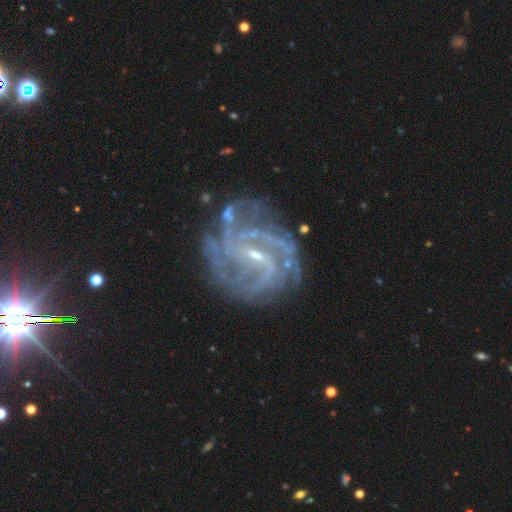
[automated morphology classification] type=featured or disk (91%); edge-on=no (98%); bar=weak (51%); spiral arms=yes (97%); winding=tight (52%); arm count=4 (24%); bulge=small (71%); merging=none (69%).